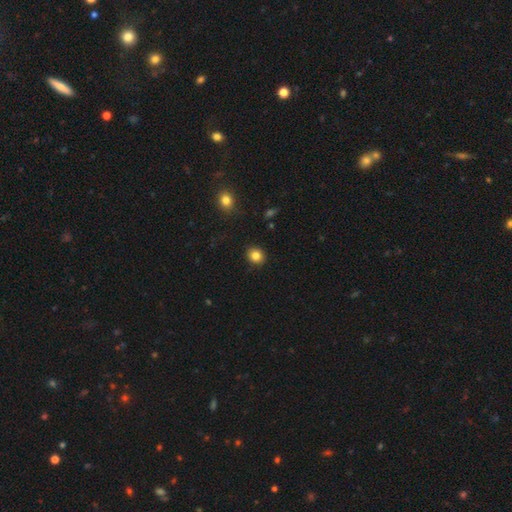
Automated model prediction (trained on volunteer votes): smooth-or-featured: smooth: 83% | star or artifact: 11% | featured or disk: 6%
  how-rounded: round: 81% | in between: 18% | cigar-shaped: 1%
  merging: none: 91% | minor disturbance: 6% | major disturbance: 2% | merger: 1%